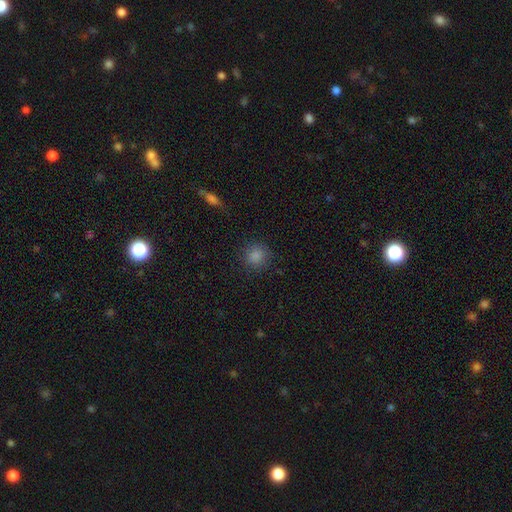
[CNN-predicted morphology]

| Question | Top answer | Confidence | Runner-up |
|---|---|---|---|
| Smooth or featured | smooth | 84% | star or artifact (12%) |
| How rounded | round | 90% | in between (9%) |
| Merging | none | 86% | minor disturbance (9%) |